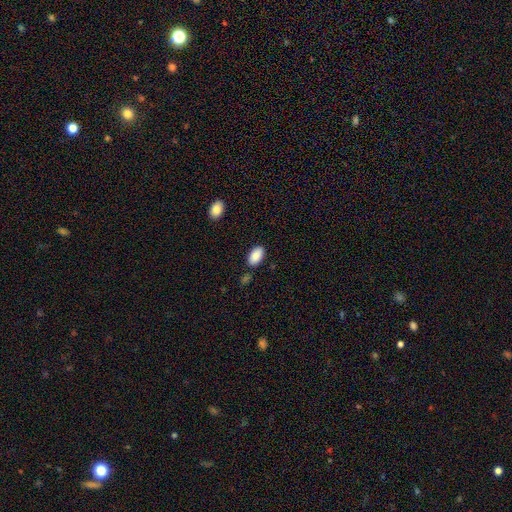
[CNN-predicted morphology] smooth_or_featured: smooth (p=0.88) [alt: star or artifact p=0.07]
how_rounded: in between (p=0.95) [alt: round p=0.03]
merging: none (p=0.82) [alt: minor disturbance p=0.11]